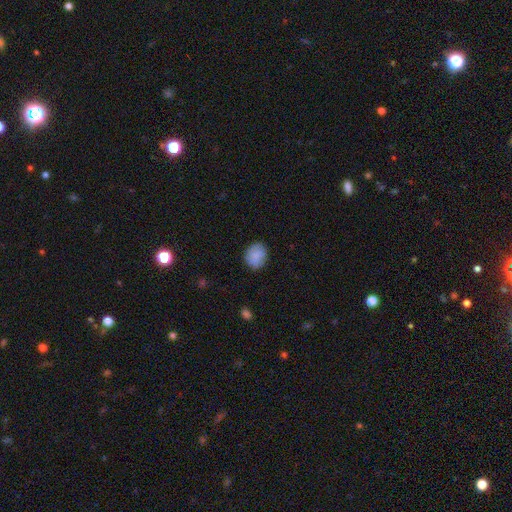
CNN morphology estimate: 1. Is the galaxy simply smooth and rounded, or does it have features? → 86% smooth, 7% star or artifact, 7% featured or disk.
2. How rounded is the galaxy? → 67% round, 32% in between, 1% cigar-shaped.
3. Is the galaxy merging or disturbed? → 83% none, 13% minor disturbance, 3% major disturbance, 1% merger.